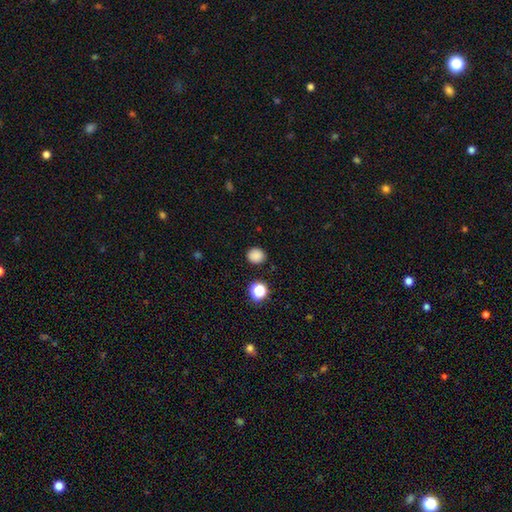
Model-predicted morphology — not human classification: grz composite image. It shows a smooth galaxy with no disk features (84%) that is round (81%). Merging: none (89%).